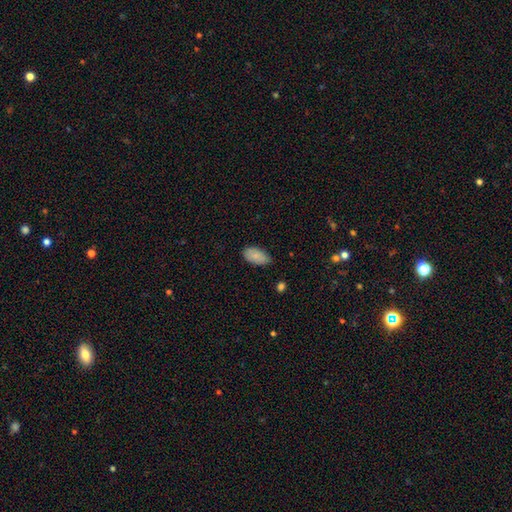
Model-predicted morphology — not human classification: Smooth or featured?
  - smooth: 86% *
  - featured or disk: 8%
  - star or artifact: 7%
How rounded?
  - in between: 95% *
  - round: 3%
  - cigar-shaped: 2%
Merging?
  - none: 78% *
  - minor disturbance: 18%
  - major disturbance: 3%
  - merger: 1%